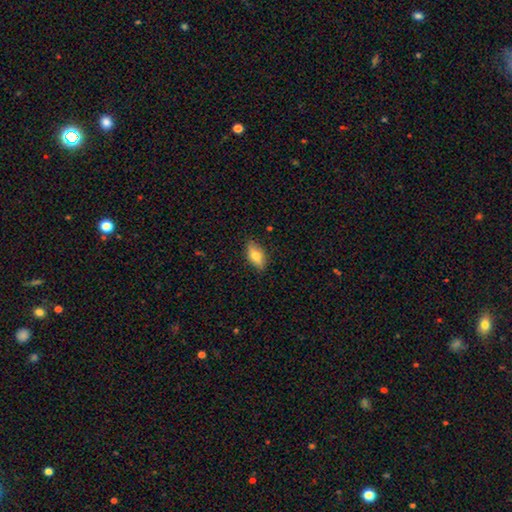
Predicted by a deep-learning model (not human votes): Smooth or featured? Predicted: smooth (p=0.72). How rounded? Predicted: in between (p=0.85). Merging? Predicted: none (p=0.85).